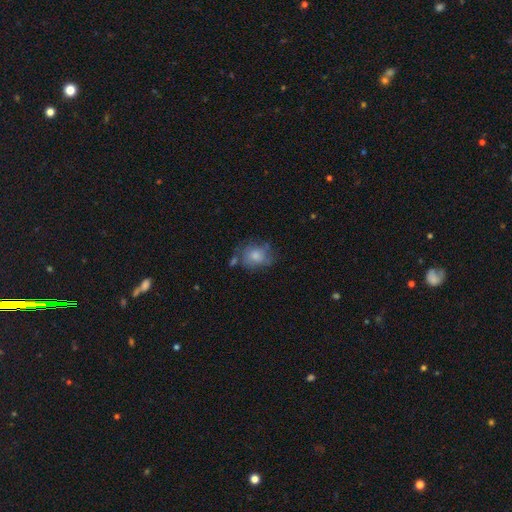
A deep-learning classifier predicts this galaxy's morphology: type=smooth (71%); roundness=round (52%); merging=none (50%).